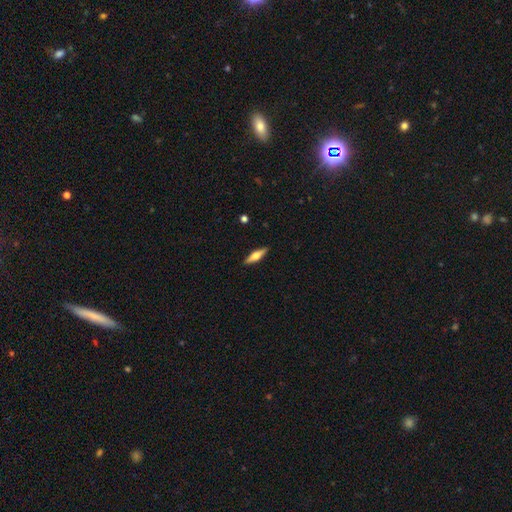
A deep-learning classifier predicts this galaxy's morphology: smooth-or-featured: featured or disk: 48% | smooth: 45% | star or artifact: 6%
  merging: none: 90% | minor disturbance: 8% | major disturbance: 2% | merger: 1%